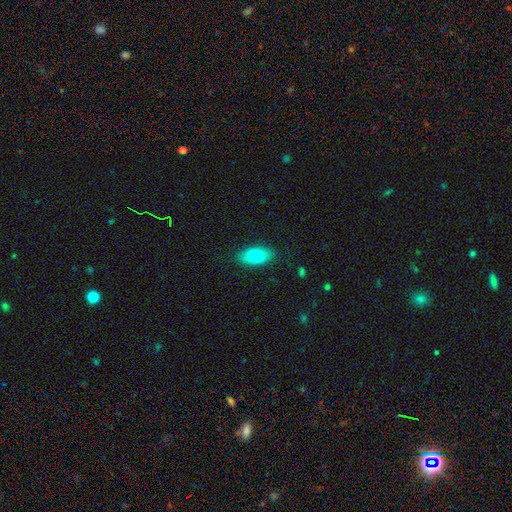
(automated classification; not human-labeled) smooth_or_featured: smooth (p=0.79) [alt: featured or disk p=0.14]
how_rounded: in between (p=0.91) [alt: cigar-shaped p=0.06]
merging: none (p=0.87) [alt: minor disturbance p=0.10]